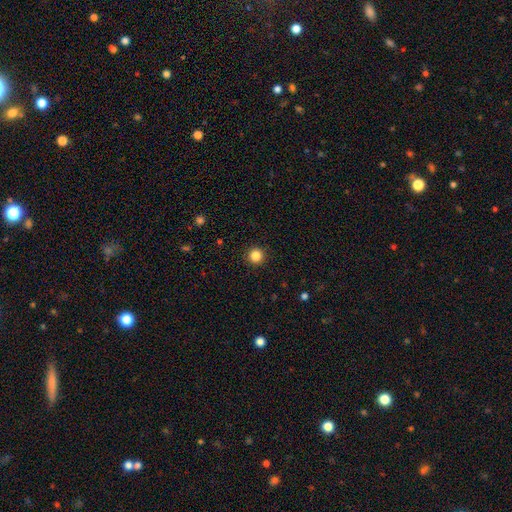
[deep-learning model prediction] Smooth or featured? smooth (85%)
How rounded? round (96%)
Merging? none (93%)